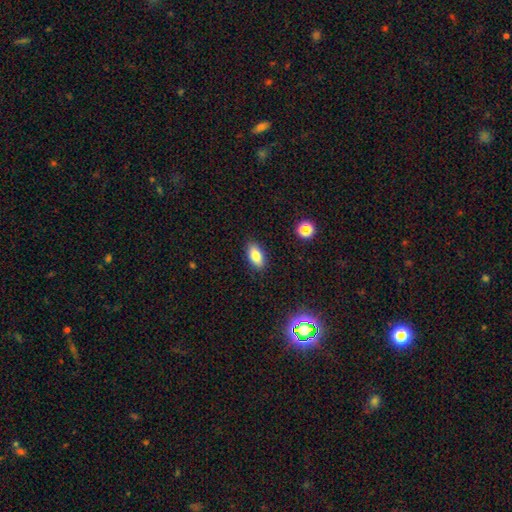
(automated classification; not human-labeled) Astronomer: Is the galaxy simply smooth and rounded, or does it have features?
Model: smooth — 82%.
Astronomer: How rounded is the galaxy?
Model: in between — 89%.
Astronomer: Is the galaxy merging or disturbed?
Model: none — 87%.